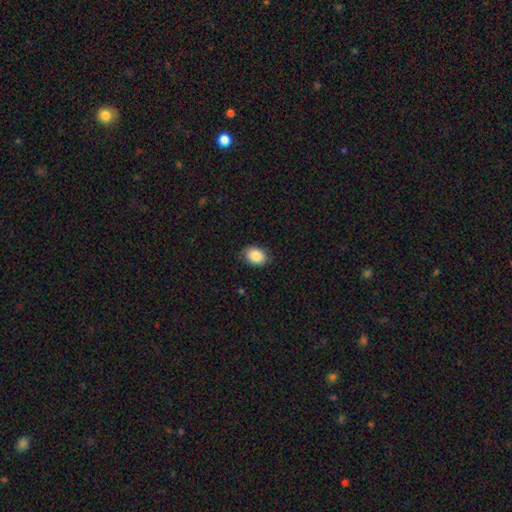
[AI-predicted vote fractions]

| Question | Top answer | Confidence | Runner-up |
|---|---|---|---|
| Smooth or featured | smooth | 88% | star or artifact (7%) |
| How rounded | in between | 76% | round (23%) |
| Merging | none | 84% | minor disturbance (12%) |